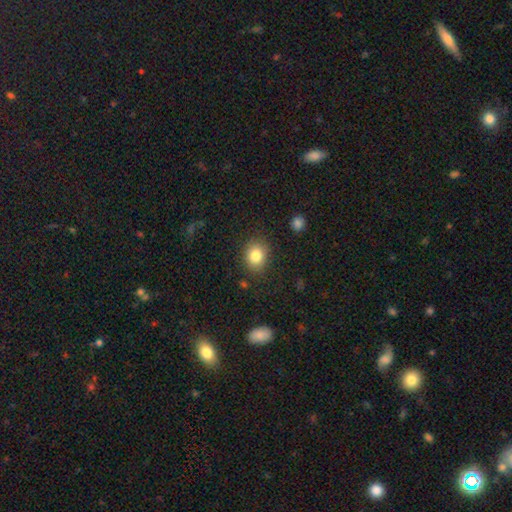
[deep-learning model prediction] This appears to be a smooth galaxy with no disk features (83%) that is round (63%). Merging: none (84%).